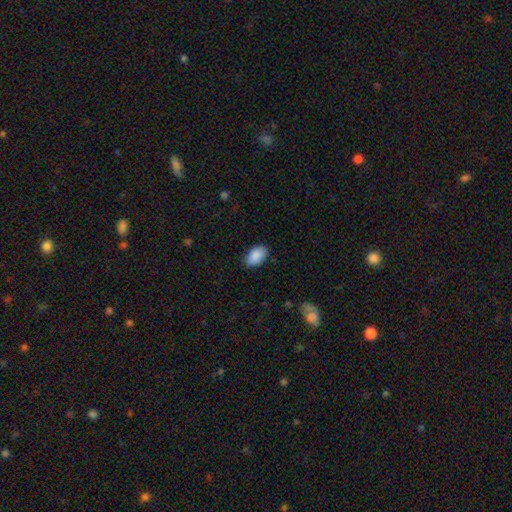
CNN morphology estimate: Smooth or featured? smooth (89%)
How rounded? in between (92%)
Merging? none (83%)